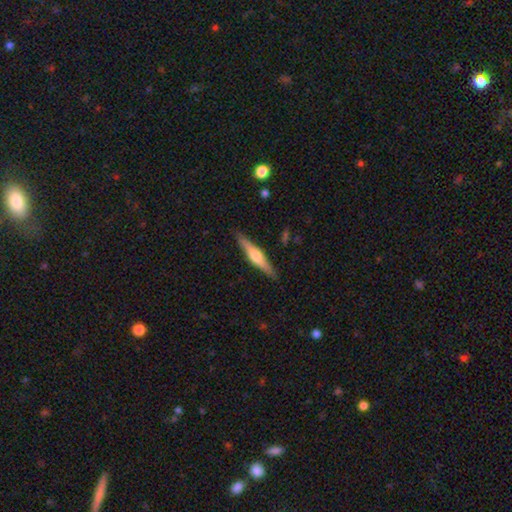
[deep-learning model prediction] Smooth or featured?
  - featured or disk: 64% *
  - smooth: 30%
  - star or artifact: 6%
Edge-on disk?
  - yes: 97% *
  - no: 3%
Edge-on bulge?
  - rounded: 87% *
  - boxy: 8%
  - none: 5%
Merging?
  - none: 89% *
  - minor disturbance: 8%
  - major disturbance: 2%
  - merger: 1%